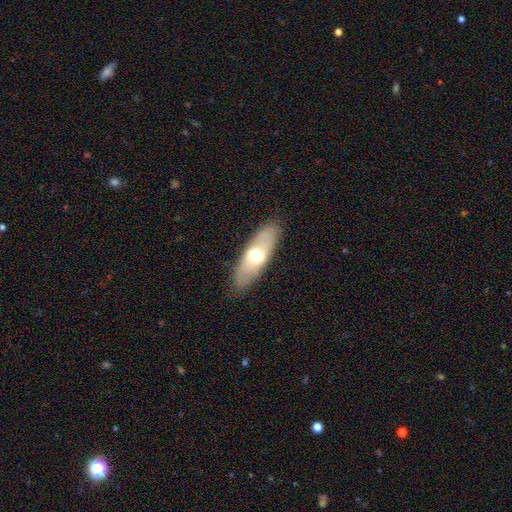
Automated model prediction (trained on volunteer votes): Smooth or featured: smooth — 53% (featured or disk — 41%)
How rounded: in between — 69% (cigar-shaped — 29%)
Merging: none — 85% (minor disturbance — 11%)